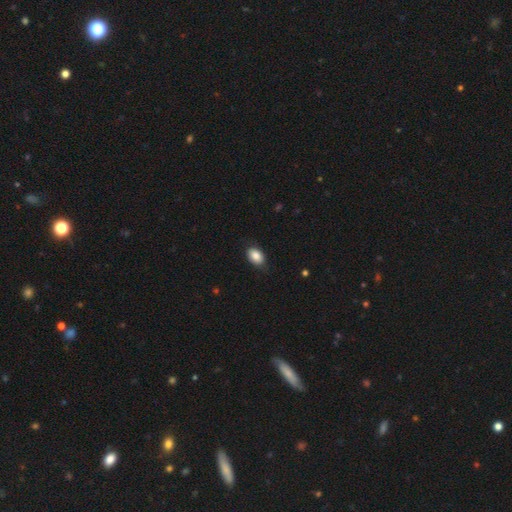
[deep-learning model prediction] smooth_or_featured: smooth (p=0.86) [alt: star or artifact p=0.07]
how_rounded: in between (p=0.86) [alt: round p=0.13]
merging: none (p=0.81) [alt: minor disturbance p=0.16]